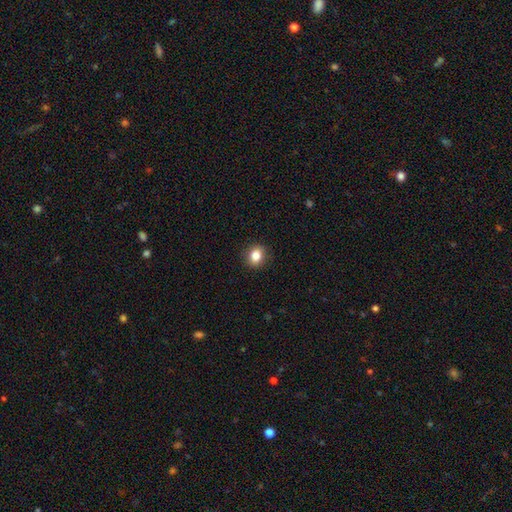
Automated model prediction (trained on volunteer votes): Smooth or featured: smooth — 84% (star or artifact — 10%)
How rounded: round — 64% (in between — 35%)
Merging: none — 90% (minor disturbance — 7%)